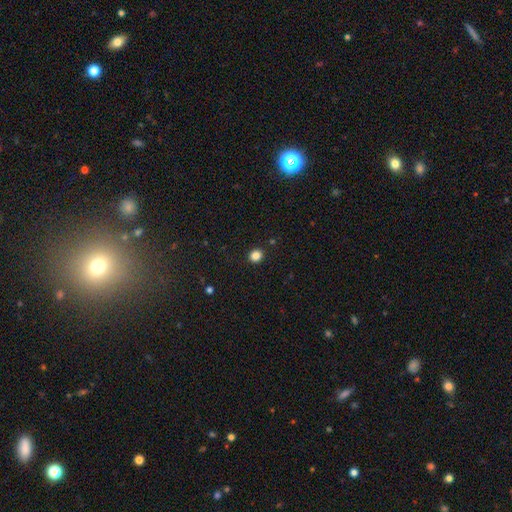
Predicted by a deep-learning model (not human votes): Q: Smooth or featured?
A: smooth (84%); runner-up: star or artifact (12%)
Q: How rounded?
A: round (84%); runner-up: in between (15%)
Q: Merging?
A: none (92%); runner-up: minor disturbance (5%)